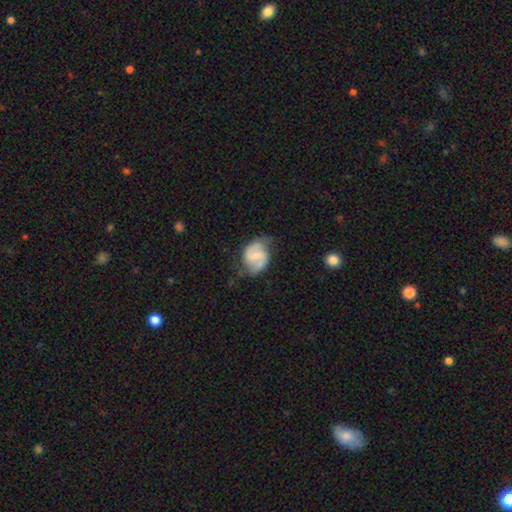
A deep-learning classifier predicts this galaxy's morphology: This is likely a featured or disk galaxy (75%). It is clearly not viewed edge-on (98%). Bar: possibly weak (55%). Spiral arm pattern: clearly yes (93%). Spiral arm count: clearly 2 (89%). Spiral winding: possibly medium (51%). Central bulge: possibly small (53%). Merging: likely none (64%).